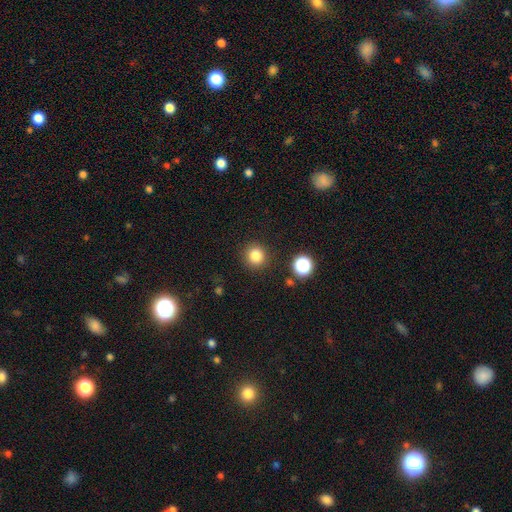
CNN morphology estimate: smooth_or_featured: smooth (p=0.82) [alt: star or artifact p=0.13]
how_rounded: round (p=0.93) [alt: in between p=0.06]
merging: none (p=0.89) [alt: minor disturbance p=0.06]